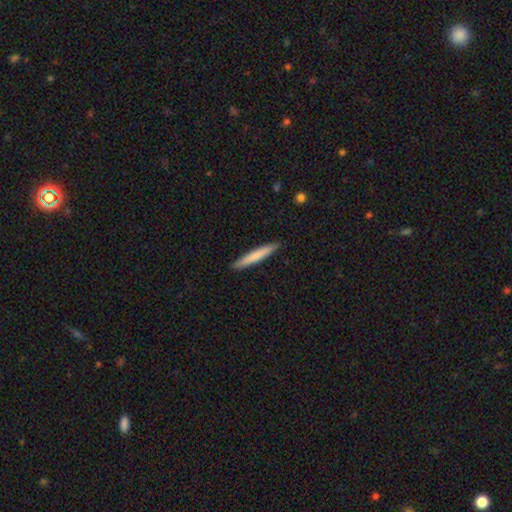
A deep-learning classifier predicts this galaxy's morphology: Overall: smooth (73%). How rounded: cigar-shaped (95%). Merging: none (91%).